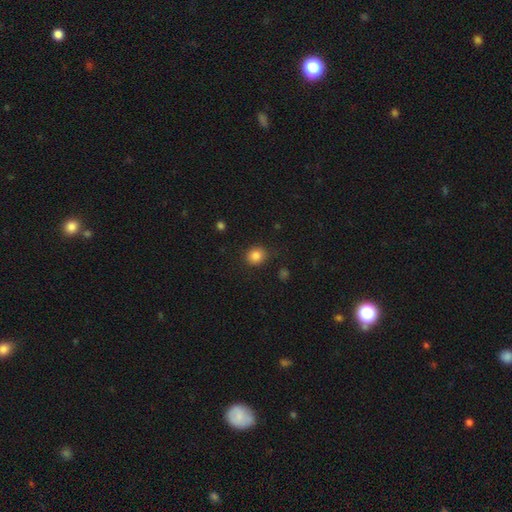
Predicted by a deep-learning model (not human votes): A smooth galaxy with no disk features (85%) that is round (77%).

Vote fractions:
- Smooth or featured? smooth: 85% / star or artifact: 11% / featured or disk: 5%
- How rounded? round: 77% / in between: 22% / cigar-shaped: 1%
- Merging? none: 84% / minor disturbance: 11% / major disturbance: 3% / merger: 2%